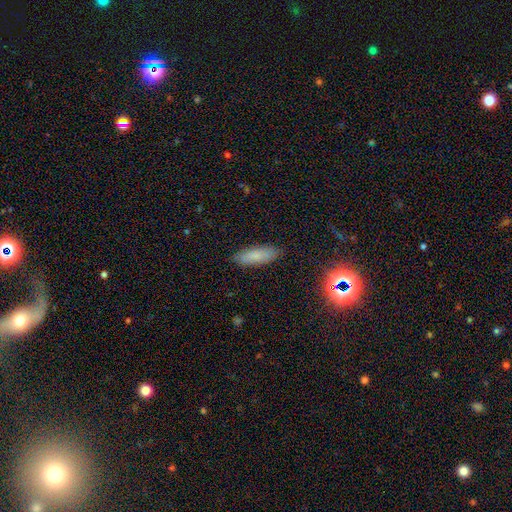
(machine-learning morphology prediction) type=smooth (78%); roundness=in between (50%); merging=none (87%).